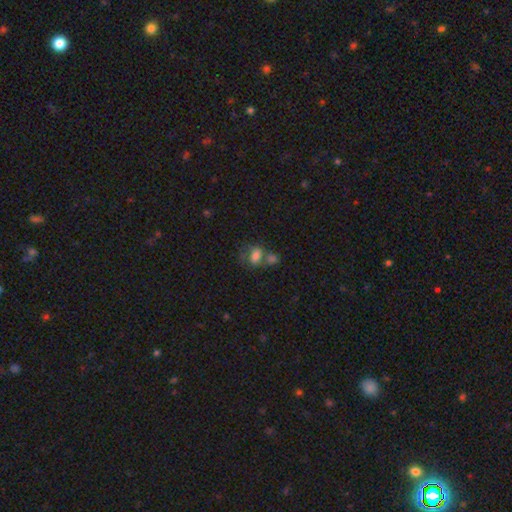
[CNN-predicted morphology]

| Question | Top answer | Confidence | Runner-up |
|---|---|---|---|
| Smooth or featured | smooth | 73% | featured or disk (15%) |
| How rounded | in between | 76% | round (22%) |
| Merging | merger | 45% | none (28%) |